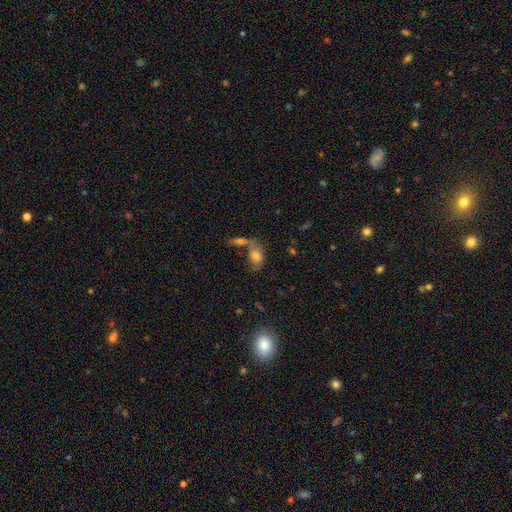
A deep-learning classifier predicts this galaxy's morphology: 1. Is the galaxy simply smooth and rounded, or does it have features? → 69% smooth, 20% featured or disk, 11% star or artifact.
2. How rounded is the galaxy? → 84% in between, 13% round, 3% cigar-shaped.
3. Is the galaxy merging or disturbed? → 40% merger, 37% none, 14% minor disturbance, 9% major disturbance.